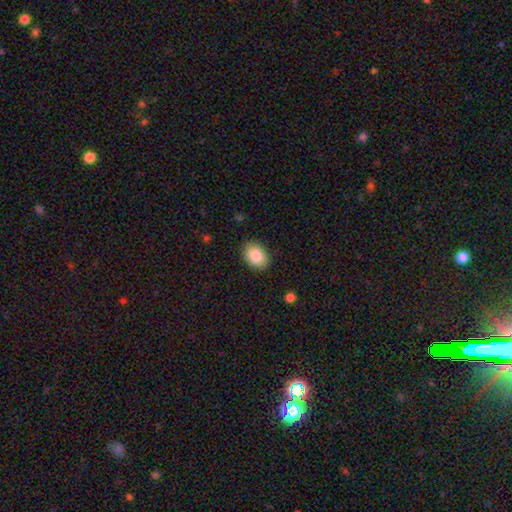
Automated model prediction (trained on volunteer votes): This appears to be a smooth galaxy with no disk features (86%) that is in between round and cigar-shaped (79%). Merging: none (87%).